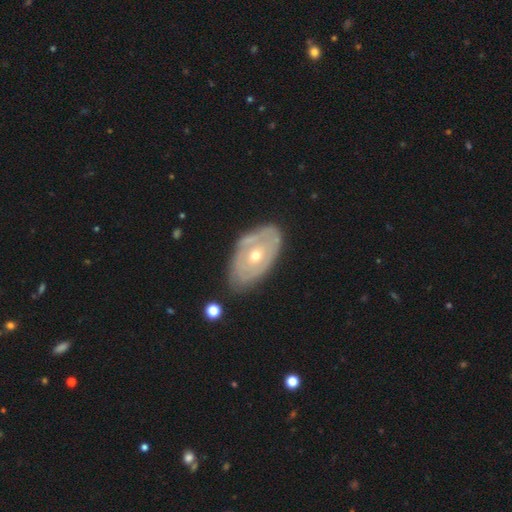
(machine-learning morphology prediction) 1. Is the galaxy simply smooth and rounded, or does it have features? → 71% featured or disk, 24% smooth, 5% star or artifact.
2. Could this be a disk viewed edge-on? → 92% no, 8% yes.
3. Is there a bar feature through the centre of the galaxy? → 85% no, 11% weak, 3% strong.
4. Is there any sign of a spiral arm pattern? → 54% no, 46% yes.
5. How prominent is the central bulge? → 58% moderate, 38% small, 2% large, 1% none, 1% dominant.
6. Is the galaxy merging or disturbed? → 70% none, 21% minor disturbance, 6% major disturbance, 3% merger.